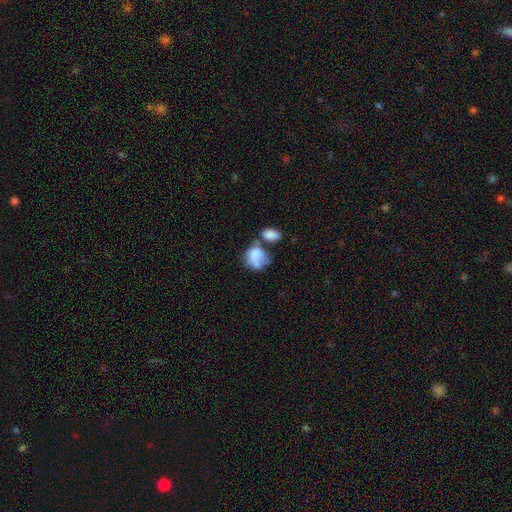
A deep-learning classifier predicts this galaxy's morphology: Smooth or featured? smooth (74%)
How rounded? in between (56%)
Merging? merger (44%)